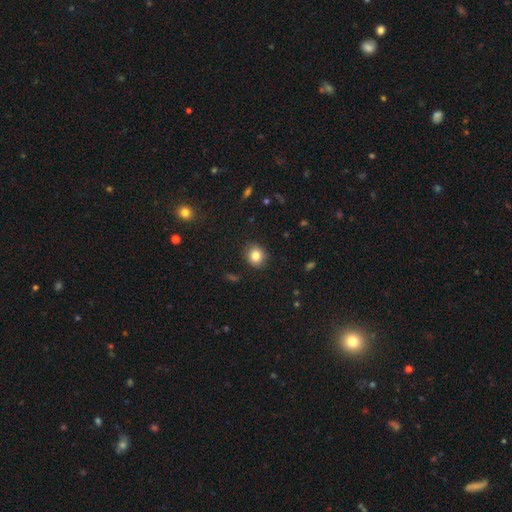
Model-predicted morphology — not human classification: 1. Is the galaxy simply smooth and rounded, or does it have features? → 83% smooth, 10% star or artifact, 7% featured or disk.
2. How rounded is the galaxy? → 78% round, 21% in between, 1% cigar-shaped.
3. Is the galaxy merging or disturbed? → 88% none, 8% minor disturbance, 2% major disturbance, 1% merger.